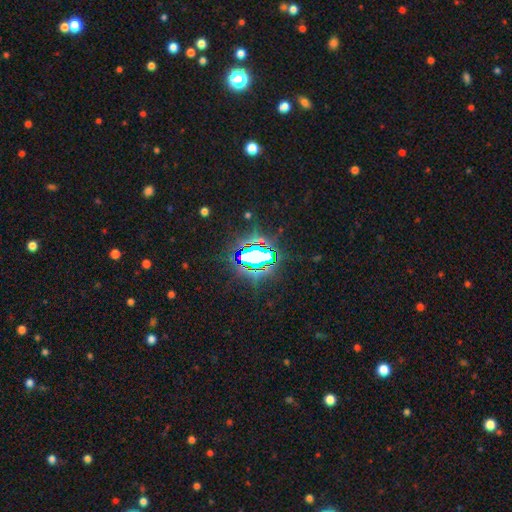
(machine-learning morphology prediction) Smooth or featured? Predicted: star or artifact (p=0.76).